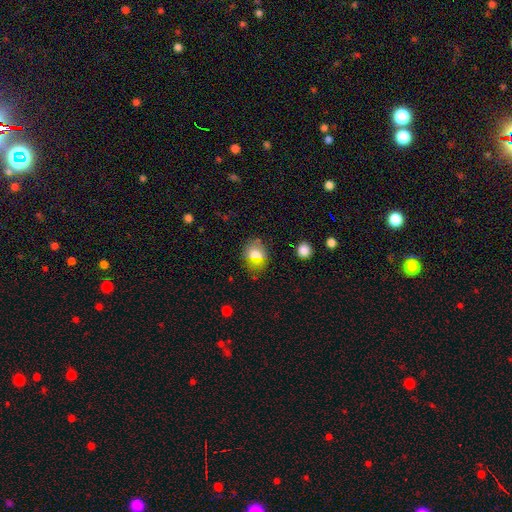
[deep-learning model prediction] Q: Smooth or featured?
A: smooth (73%); runner-up: featured or disk (15%)
Q: How rounded?
A: round (51%); runner-up: in between (48%)
Q: Merging?
A: none (77%); runner-up: minor disturbance (17%)